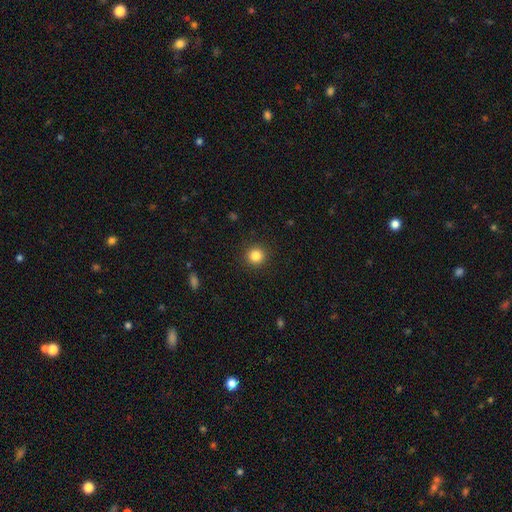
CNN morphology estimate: Smooth or featured?
  - smooth: 84% *
  - star or artifact: 11%
  - featured or disk: 4%
How rounded?
  - round: 94% *
  - in between: 5%
  - cigar-shaped: 1%
Merging?
  - none: 92% *
  - minor disturbance: 5%
  - major disturbance: 2%
  - merger: 1%